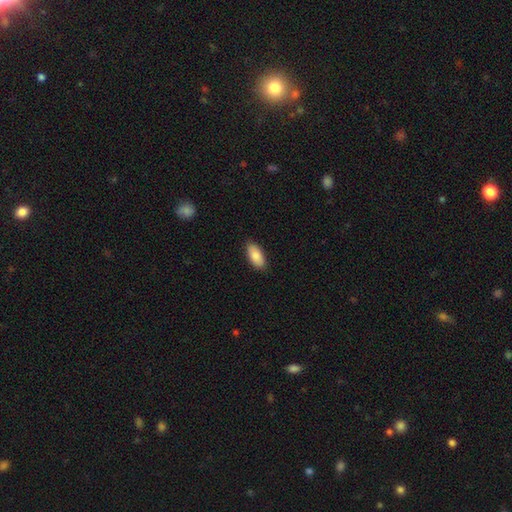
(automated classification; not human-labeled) This appears to be a smooth galaxy with no disk features (85%) that is in between round and cigar-shaped (91%). Merging: none (87%).